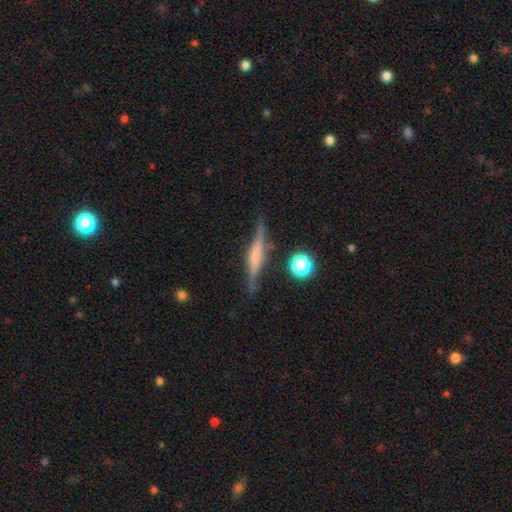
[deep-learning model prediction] smooth_or_featured: featured or disk (p=0.58) [alt: smooth p=0.34]
disk_edge_on: yes (p=0.93) [alt: no p=0.07]
edge_on_bulge: boxy (p=0.37) [alt: rounded p=0.35]
merging: none (p=0.77) [alt: minor disturbance p=0.16]